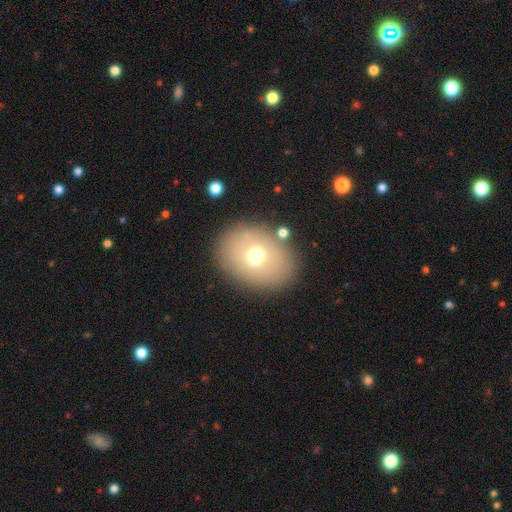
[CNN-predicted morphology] A smooth galaxy with no disk features (67%) that is in between round and cigar-shaped (60%).

Vote fractions:
- Smooth or featured? smooth: 67% / featured or disk: 21% / star or artifact: 12%
- How rounded? in between: 60% / round: 39% / cigar-shaped: 1%
- Merging? none: 83% / minor disturbance: 9% / major disturbance: 4% / merger: 3%